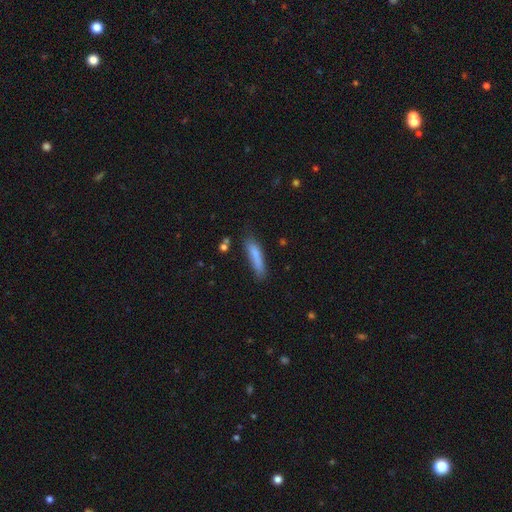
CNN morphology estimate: This is clearly a smooth galaxy (81%). How rounded: clearly cigar-shaped (82%). Merging: likely none (72%).